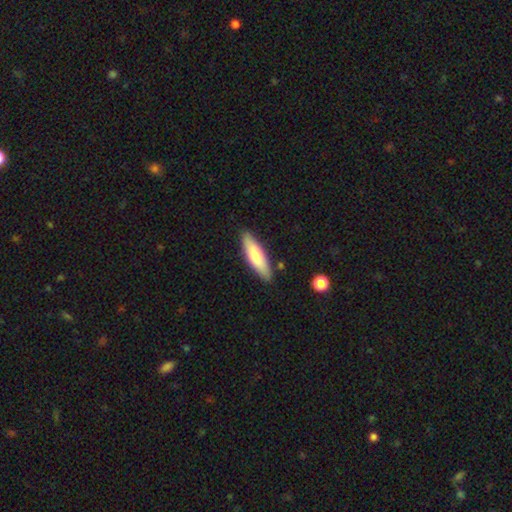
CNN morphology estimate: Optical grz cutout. It shows a smooth galaxy with no disk features (73%) that is cigar-shaped (62%). Merging: none (85%).